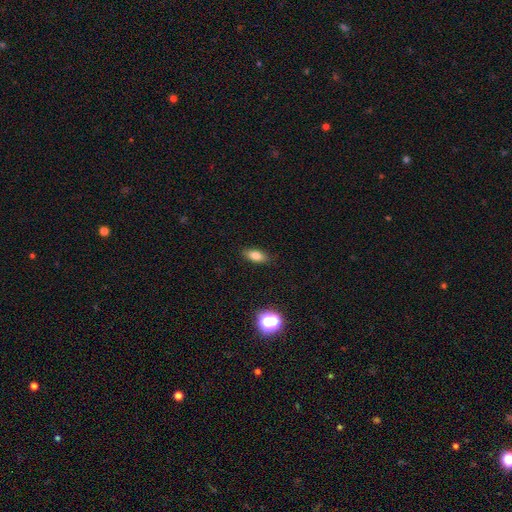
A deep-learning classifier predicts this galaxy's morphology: type=smooth (79%); roundness=in between (82%); merging=none (86%).